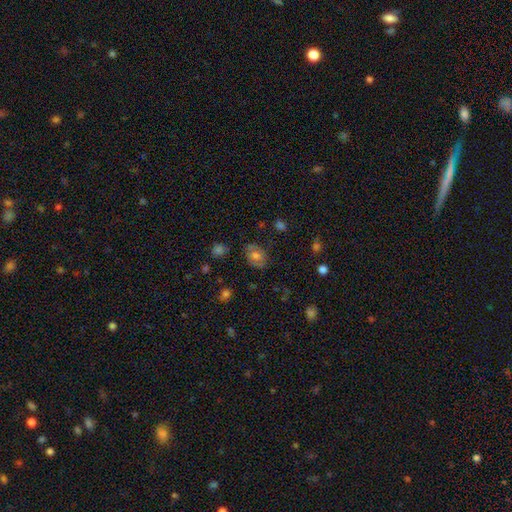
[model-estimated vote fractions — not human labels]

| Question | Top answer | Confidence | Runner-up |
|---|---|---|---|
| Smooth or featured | smooth | 67% | featured or disk (22%) |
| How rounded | in between | 61% | round (38%) |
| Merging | none | 75% | minor disturbance (18%) |